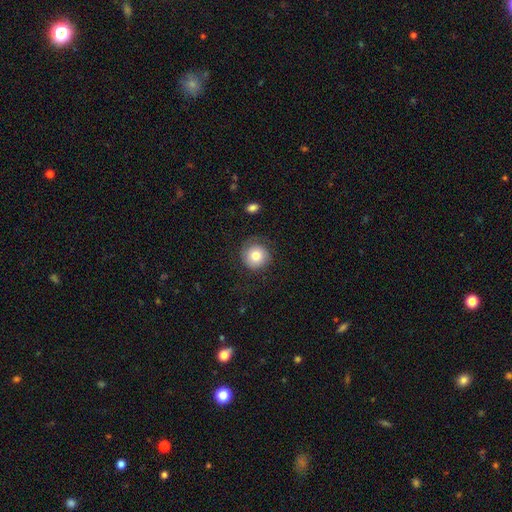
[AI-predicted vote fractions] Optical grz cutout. It shows a smooth galaxy with no disk features (73%) that is round (93%). Merging: none (69%).